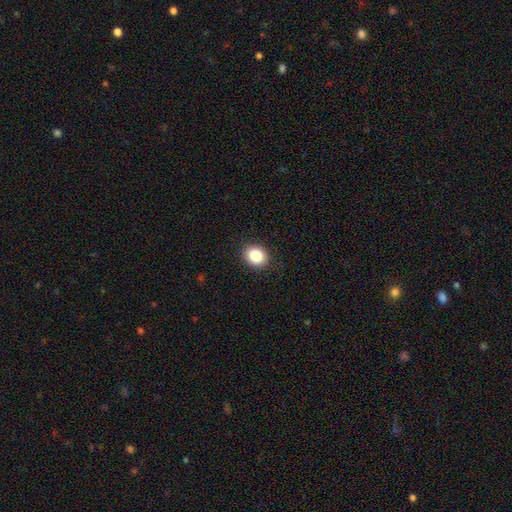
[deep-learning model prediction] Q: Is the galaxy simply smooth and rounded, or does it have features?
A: smooth — 85%.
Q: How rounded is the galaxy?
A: round — 63%.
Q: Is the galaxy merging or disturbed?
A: none — 90%.